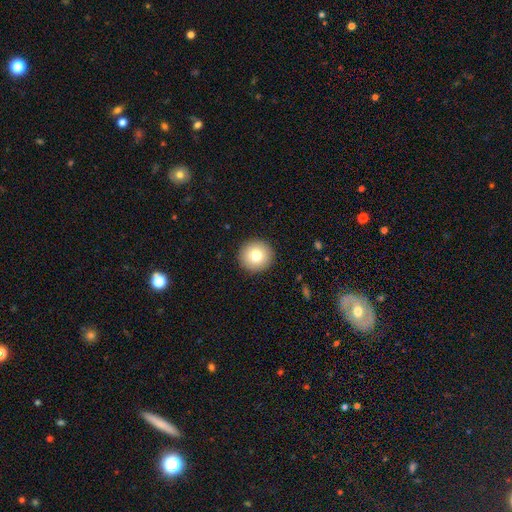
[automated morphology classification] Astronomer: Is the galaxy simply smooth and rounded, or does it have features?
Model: smooth — 79%.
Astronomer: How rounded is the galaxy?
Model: round — 95%.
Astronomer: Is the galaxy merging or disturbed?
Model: none — 93%.